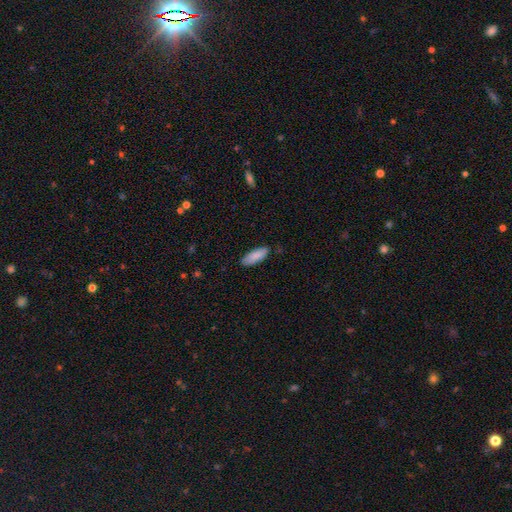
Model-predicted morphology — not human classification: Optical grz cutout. It shows a smooth galaxy with no disk features (87%) that is in between round and cigar-shaped (69%). Merging: none (81%).